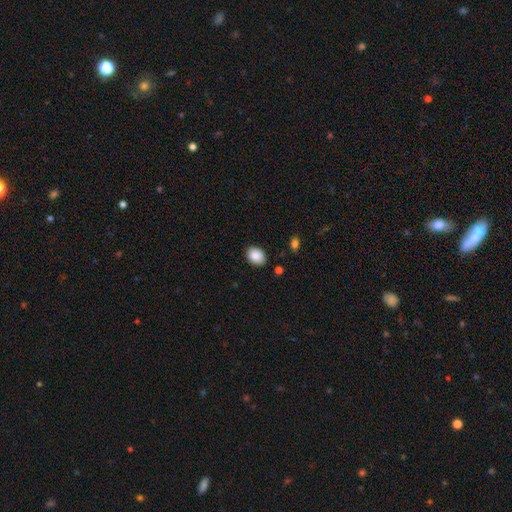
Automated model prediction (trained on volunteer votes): This is clearly a smooth galaxy (89%). How rounded: likely in between (63%). Merging: clearly none (87%).